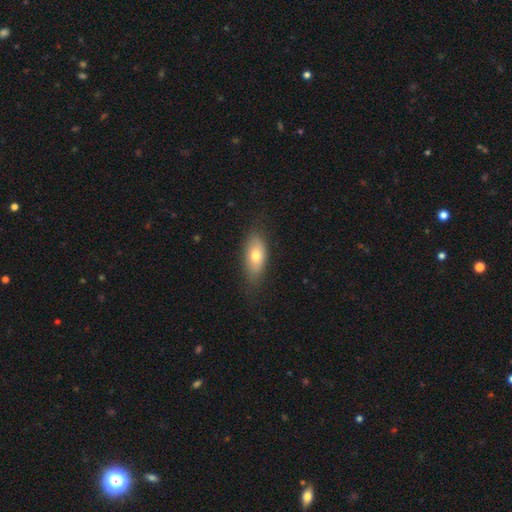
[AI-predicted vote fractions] smooth 69%, featured or disk 23%, star or artifact 7%. Down the decision tree: how rounded — in between (84%); merging — none (75%).